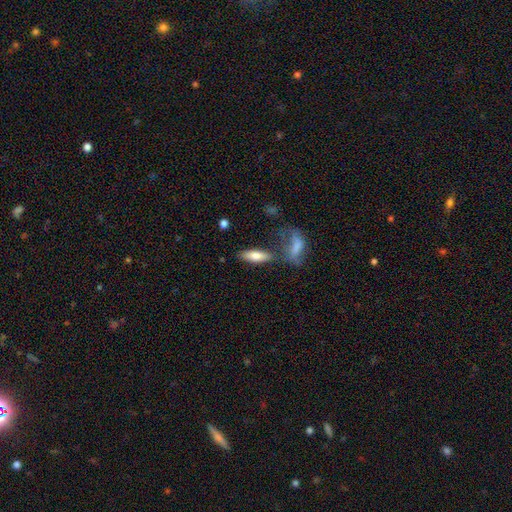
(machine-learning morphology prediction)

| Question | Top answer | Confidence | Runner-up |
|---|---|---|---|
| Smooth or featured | smooth | 75% | featured or disk (18%) |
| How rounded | in between | 56% | cigar-shaped (41%) |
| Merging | none | 66% | minor disturbance (15%) |